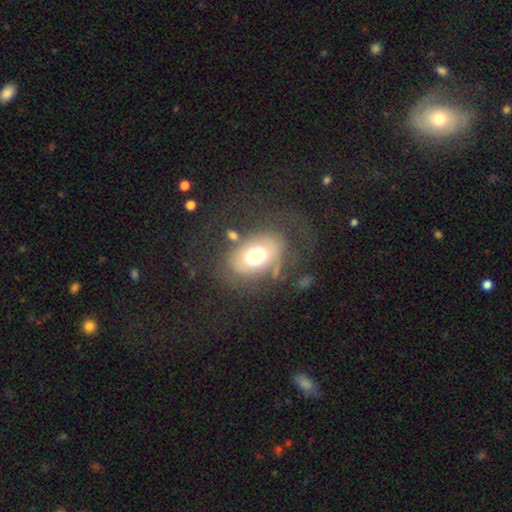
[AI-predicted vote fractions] Overall: smooth (51%; featured or disk 39%). How rounded: in between (77%). Merging: none (47%; major disturbance 26%).